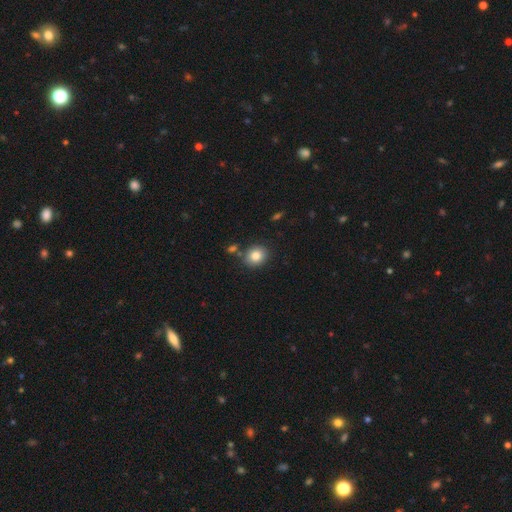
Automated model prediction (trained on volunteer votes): A smooth galaxy with no disk features (82%) that is round (68%). Merging: none (79%).